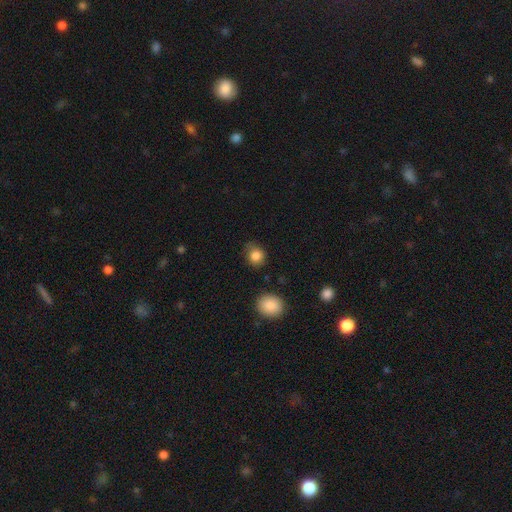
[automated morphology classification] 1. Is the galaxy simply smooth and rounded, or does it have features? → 84% smooth, 10% star or artifact, 5% featured or disk.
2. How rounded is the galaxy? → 75% round, 24% in between, 1% cigar-shaped.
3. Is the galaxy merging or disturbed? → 73% none, 20% minor disturbance, 4% major disturbance, 2% merger.